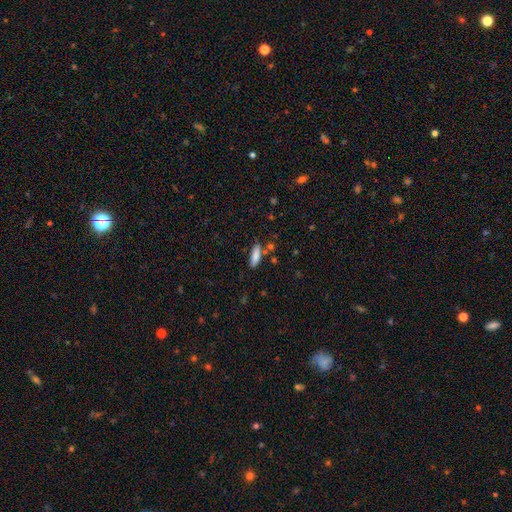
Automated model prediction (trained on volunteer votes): A smooth galaxy with no disk features (84%) that is cigar-shaped (51%). Merging: none (77%).